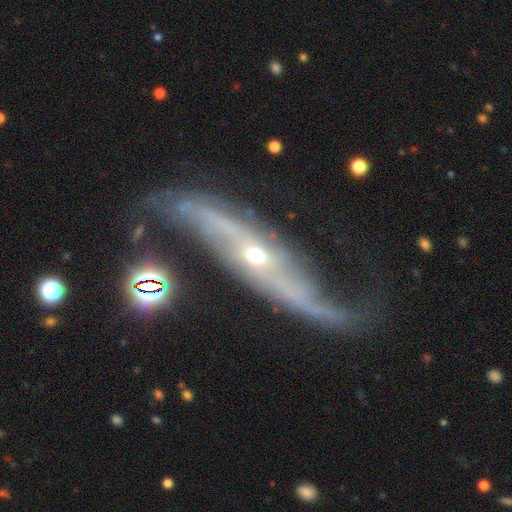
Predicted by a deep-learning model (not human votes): Smooth or featured? Predicted: featured or disk (p=0.88). Edge-on disk? Predicted: no (p=0.79). Bar? Predicted: no (p=0.57). Spiral arms? Predicted: yes (p=0.94). Spiral winding? Predicted: loose (p=0.72). Spiral arm count? Predicted: 2 (p=0.90). Bulge size? Predicted: small (p=0.70). Merging? Predicted: none (p=0.59).